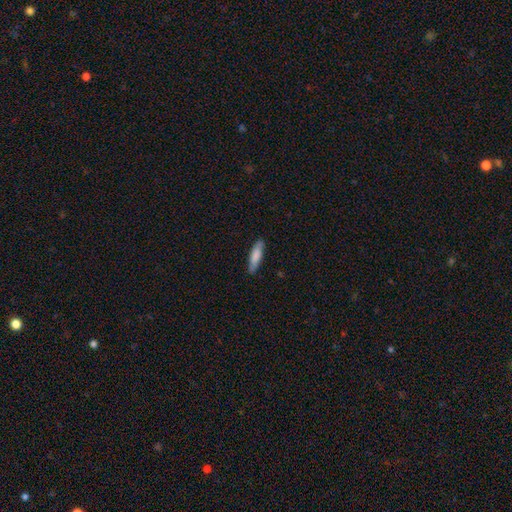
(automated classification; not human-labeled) The model was most divided on "how rounded": cigar-shaped: 71%, in between: 28%, round: 1%. More confident: merging — none (85%); smooth or featured — smooth (80%).